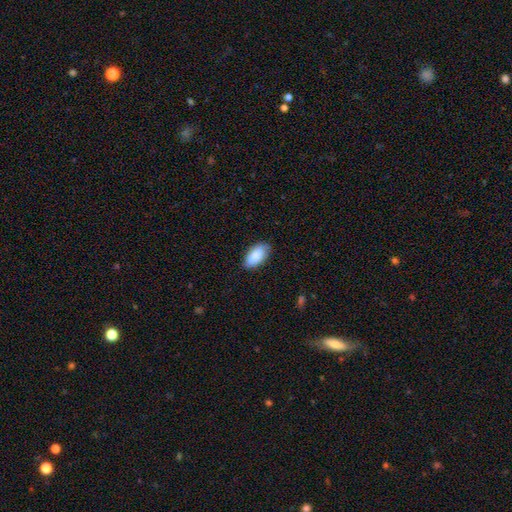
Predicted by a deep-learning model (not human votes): Smooth or featured?
  - smooth: 86% *
  - featured or disk: 8%
  - star or artifact: 6%
How rounded?
  - in between: 94% *
  - cigar-shaped: 4%
  - round: 2%
Merging?
  - none: 83% *
  - minor disturbance: 14%
  - major disturbance: 2%
  - merger: 1%